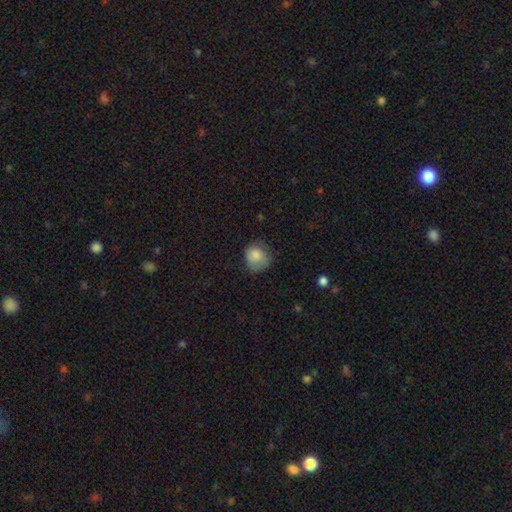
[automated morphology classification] Smooth or featured? smooth (82%)
How rounded? round (81%)
Merging? none (61%)